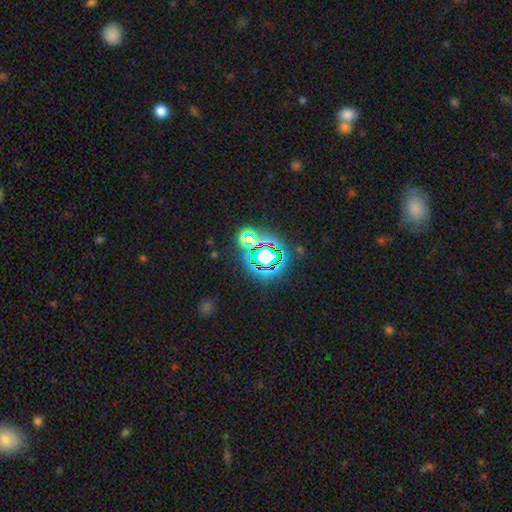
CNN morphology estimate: A star or artifact, not a galaxy (79%).